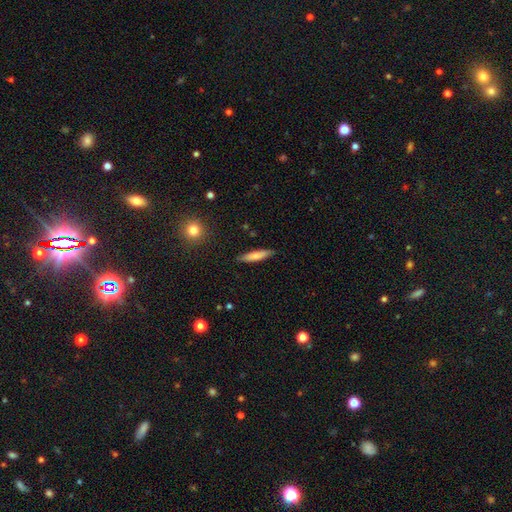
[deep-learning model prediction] This appears to be a smooth galaxy with no disk features (75%) that is cigar-shaped (86%). Merging: none (87%).